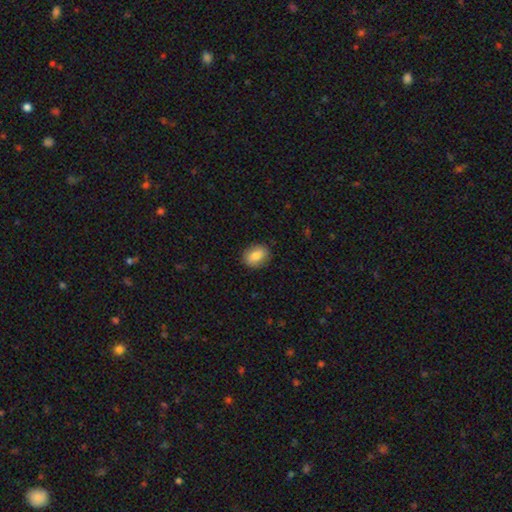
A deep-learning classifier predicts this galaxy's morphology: smooth-or-featured: smooth: 82% | featured or disk: 11% | star or artifact: 8%
  how-rounded: in between: 61% | round: 37% | cigar-shaped: 1%
  merging: none: 88% | minor disturbance: 9% | major disturbance: 2% | merger: 1%